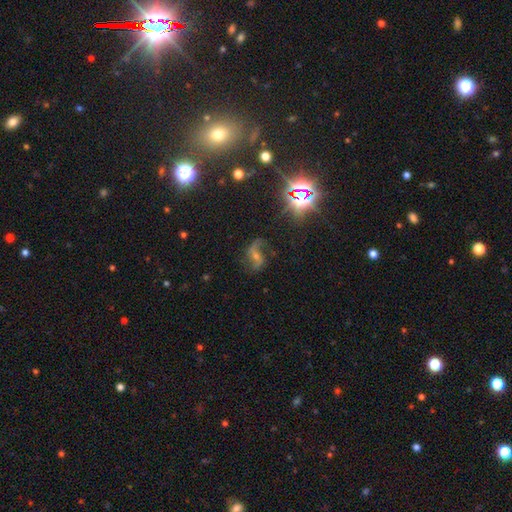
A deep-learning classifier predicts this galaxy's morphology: This is likely a featured or disk galaxy (74%). It is clearly not viewed edge-on (96%). Bar: marginally no (39%). Spiral arm pattern: clearly yes (93%). Spiral arm count: clearly 2 (87%). Spiral winding: likely loose (73%). Central bulge: possibly small (50%). Merging: likely none (65%).